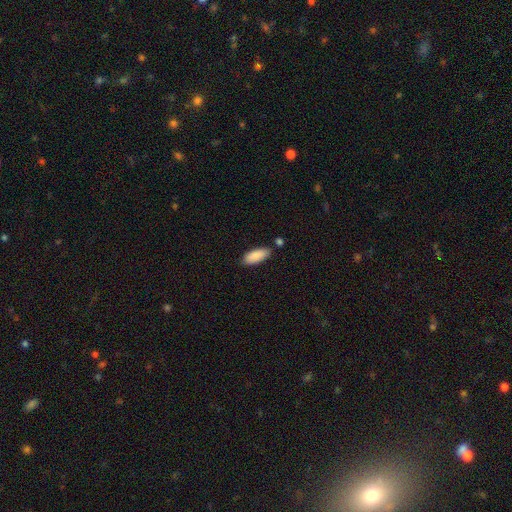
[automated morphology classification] A smooth galaxy with no disk features (89%) that is in between round and cigar-shaped (81%).

Vote fractions:
- Smooth or featured? smooth: 89% / star or artifact: 6% / featured or disk: 5%
- How rounded? in between: 81% / cigar-shaped: 18% / round: 2%
- Merging? none: 78% / minor disturbance: 13% / merger: 7% / major disturbance: 3%